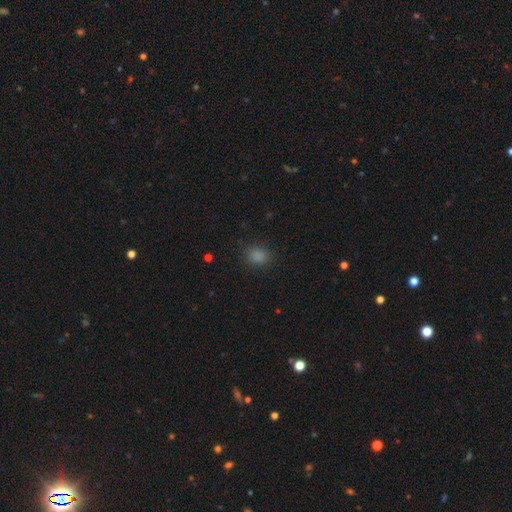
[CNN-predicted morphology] Smooth or featured: smooth — 80% (star or artifact — 17%)
How rounded: round — 64% (in between — 34%)
Merging: none — 89% (minor disturbance — 8%)